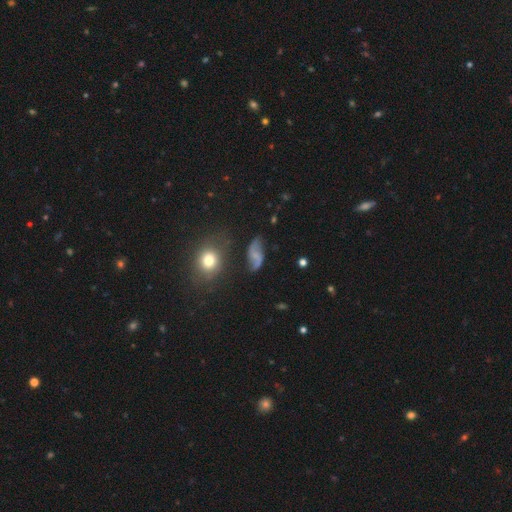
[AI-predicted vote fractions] Morphology: type=featured or disk (66%); edge-on=no (96%); bar=no (50%); spiral arms=yes (90%); winding=loose (74%); arm count=2 (91%); bulge=none (51%); merging=none (65%).